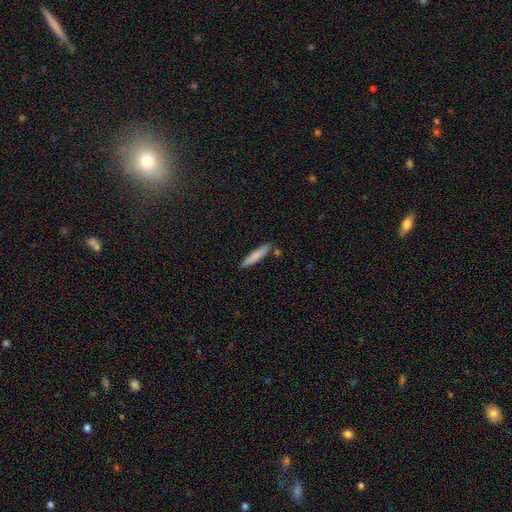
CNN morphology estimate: Overall: smooth (78%). How rounded: cigar-shaped (87%). Merging: none (82%).